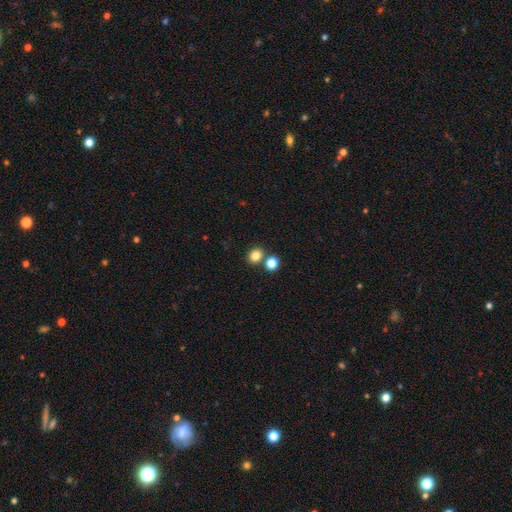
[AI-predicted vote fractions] smooth-or-featured: smooth: 82% | star or artifact: 13% | featured or disk: 6%
  how-rounded: round: 67% | in between: 32% | cigar-shaped: 1%
  merging: none: 70% | merger: 20% | minor disturbance: 8% | major disturbance: 3%